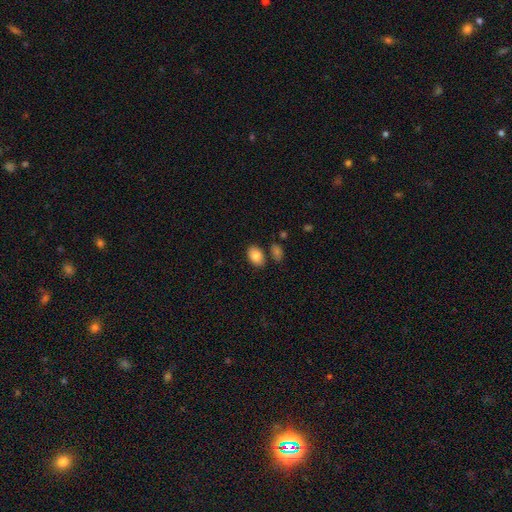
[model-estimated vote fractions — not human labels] Smooth or featured?
  - smooth: 85% *
  - star or artifact: 7%
  - featured or disk: 7%
How rounded?
  - in between: 85% *
  - round: 13%
  - cigar-shaped: 1%
Merging?
  - none: 78% *
  - minor disturbance: 12%
  - merger: 7%
  - major disturbance: 3%